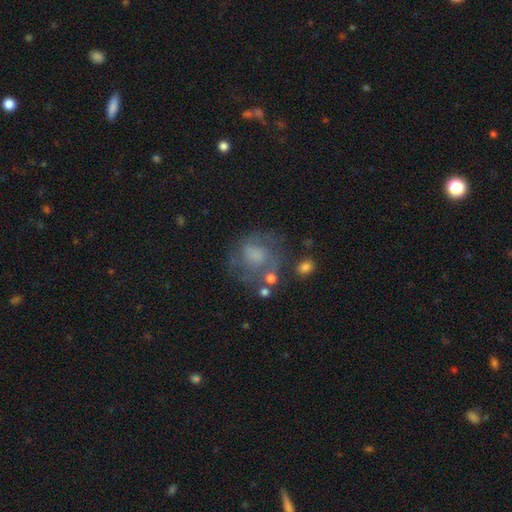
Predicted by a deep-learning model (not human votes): Smooth or featured?
  - featured or disk: 57% *
  - smooth: 31%
  - star or artifact: 12%
Edge-on disk?
  - no: 98% *
  - yes: 2%
Bar?
  - no: 71% *
  - weak: 25%
  - strong: 5%
Spiral arms?
  - yes: 73% *
  - no: 27%
Bulge size?
  - none: 34% *
  - moderate: 28%
  - small: 22%
  - large: 13%
  - dominant: 2%
Merging?
  - none: 57% *
  - minor disturbance: 19%
  - major disturbance: 17%
  - merger: 6%